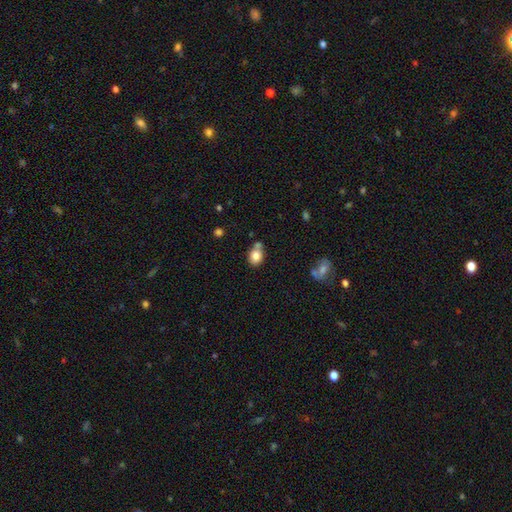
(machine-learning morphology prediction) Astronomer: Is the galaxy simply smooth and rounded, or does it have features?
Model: smooth — 81%.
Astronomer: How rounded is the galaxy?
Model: round — 53% (runner-up: in between, 46%).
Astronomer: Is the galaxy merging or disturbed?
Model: none — 59%.